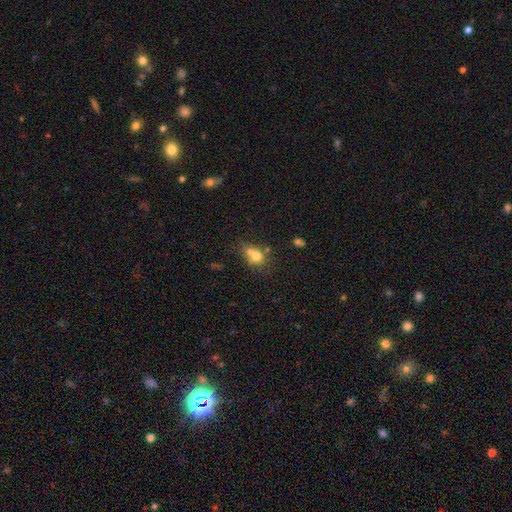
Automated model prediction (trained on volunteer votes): smooth-or-featured: smooth: 71% | featured or disk: 17% | star or artifact: 12%
  how-rounded: round: 61% | in between: 37% | cigar-shaped: 2%
  merging: merger: 42% | none: 36% | minor disturbance: 15% | major disturbance: 7%